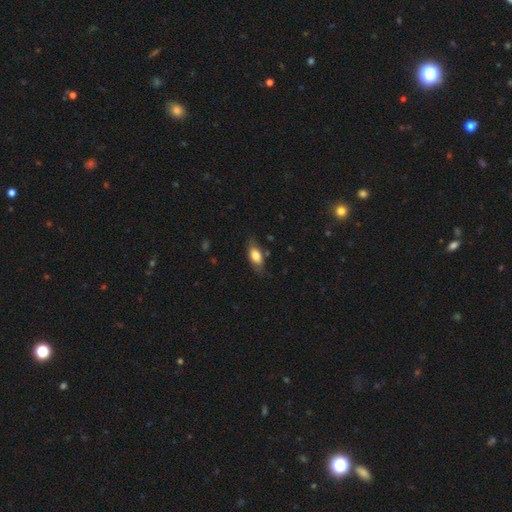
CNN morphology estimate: This is likely a smooth galaxy (75%). How rounded: clearly in between (83%). Merging: likely none (70%).